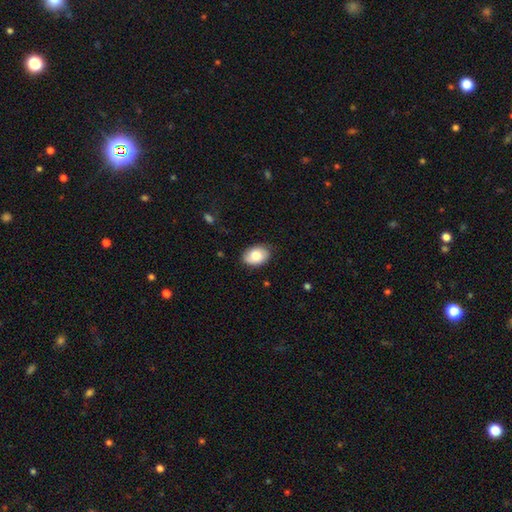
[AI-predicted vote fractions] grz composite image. It shows a smooth galaxy with no disk features (82%) that is in between round and cigar-shaped (85%). Merging: none (82%).